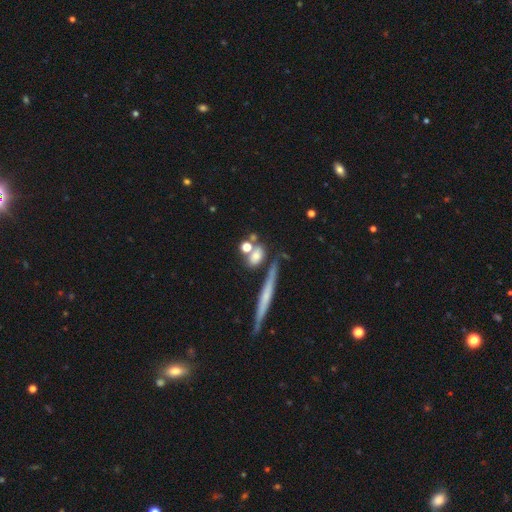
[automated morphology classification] Overall: smooth (70%). How rounded: in between (47%; round 39%). Merging: none (58%; merger 24%).